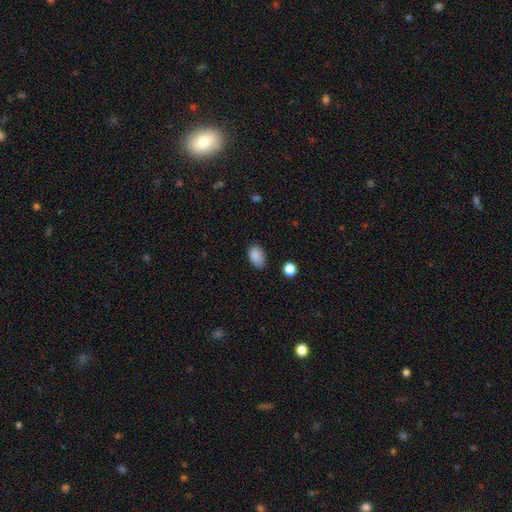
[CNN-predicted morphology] Smooth or featured: smooth — 87% (star or artifact — 9%)
How rounded: in between — 88% (round — 11%)
Merging: none — 73% (minor disturbance — 21%)